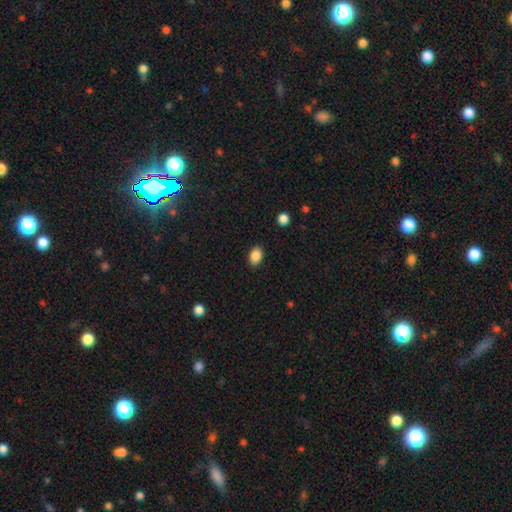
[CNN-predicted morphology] Q: Smooth or featured?
A: smooth (88%); runner-up: star or artifact (9%)
Q: How rounded?
A: in between (79%); runner-up: round (20%)
Q: Merging?
A: none (88%); runner-up: minor disturbance (8%)